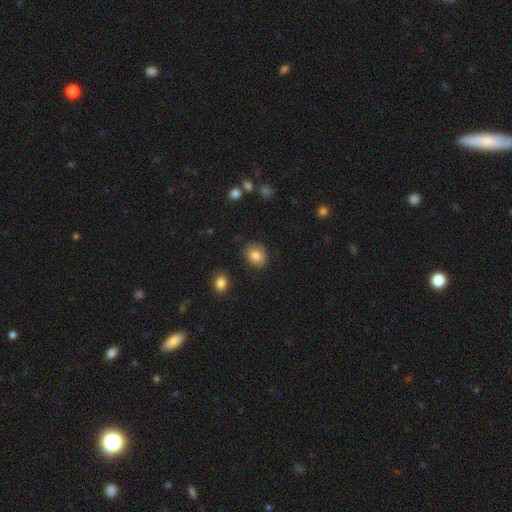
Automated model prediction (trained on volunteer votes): Smooth or featured? Predicted: smooth (p=0.79). How rounded? Predicted: round (p=0.54). Merging? Predicted: none (p=0.80).